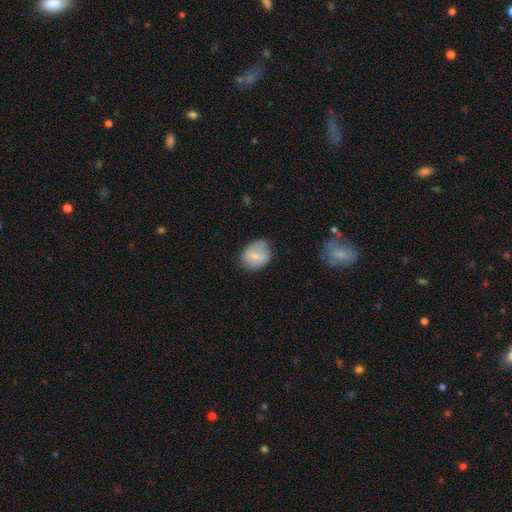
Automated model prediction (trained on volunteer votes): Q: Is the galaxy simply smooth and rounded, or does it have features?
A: smooth — 71%.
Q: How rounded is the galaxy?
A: round — 56%.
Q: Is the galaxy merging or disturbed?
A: none — 66%.